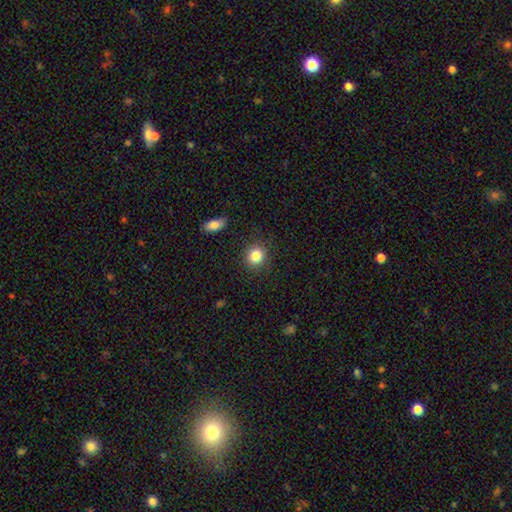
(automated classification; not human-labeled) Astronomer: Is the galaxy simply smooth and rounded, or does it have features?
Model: smooth — 84%.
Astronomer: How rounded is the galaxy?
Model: round — 84%.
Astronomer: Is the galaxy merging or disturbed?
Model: none — 89%.